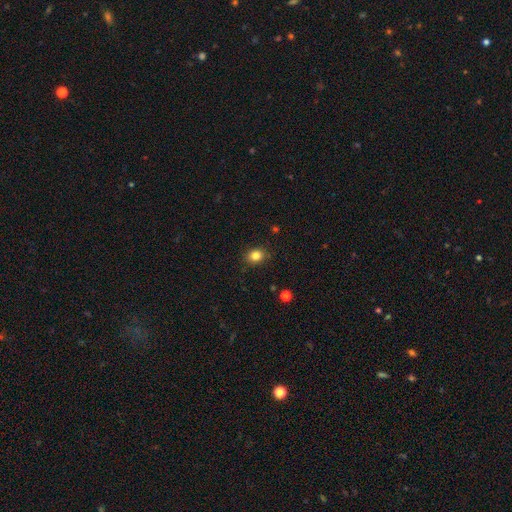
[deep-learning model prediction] This is clearly a smooth galaxy (84%). How rounded: possibly round (50%). Merging: clearly none (87%).